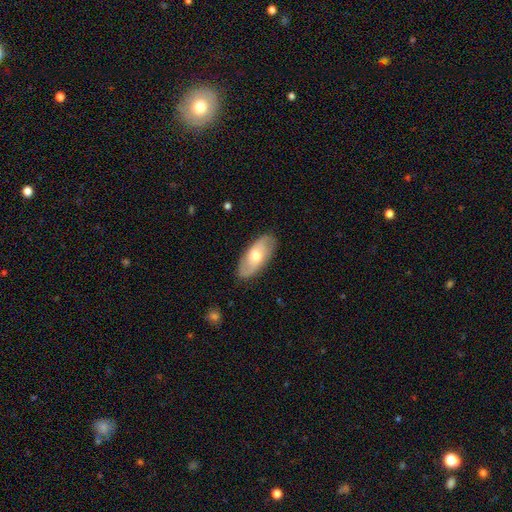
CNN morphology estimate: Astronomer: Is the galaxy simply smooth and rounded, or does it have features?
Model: smooth — 50% (runner-up: featured or disk, 44%).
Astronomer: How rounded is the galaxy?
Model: in between — 88%.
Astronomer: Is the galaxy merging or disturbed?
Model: none — 85%.